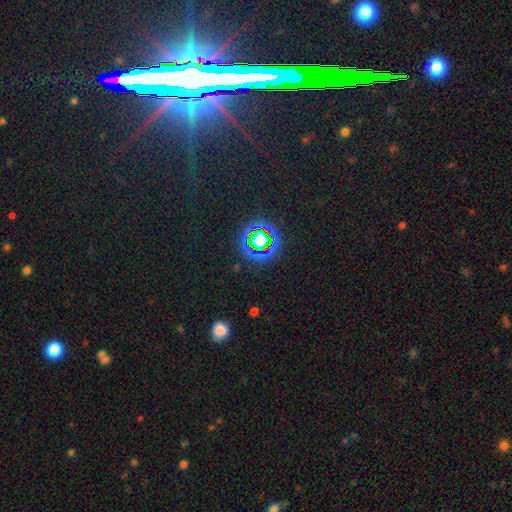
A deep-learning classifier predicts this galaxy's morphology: Q: Smooth or featured?
A: star or artifact (76%); runner-up: featured or disk (12%)